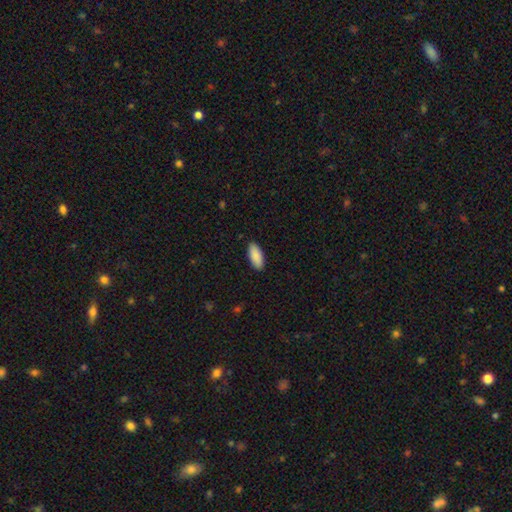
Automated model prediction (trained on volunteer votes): The model was most divided on "how rounded": in between: 85%, cigar-shaped: 14%, round: 2%. More confident: smooth or featured — smooth (90%); merging — none (89%).